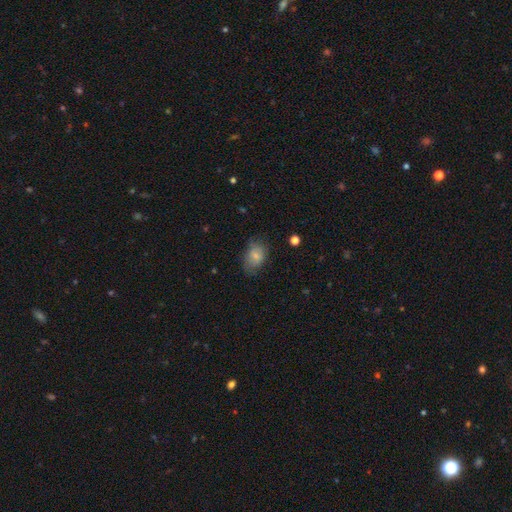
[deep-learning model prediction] Smooth or featured? Predicted: smooth (p=0.75). How rounded? Predicted: in between (p=0.80). Merging? Predicted: none (p=0.65).